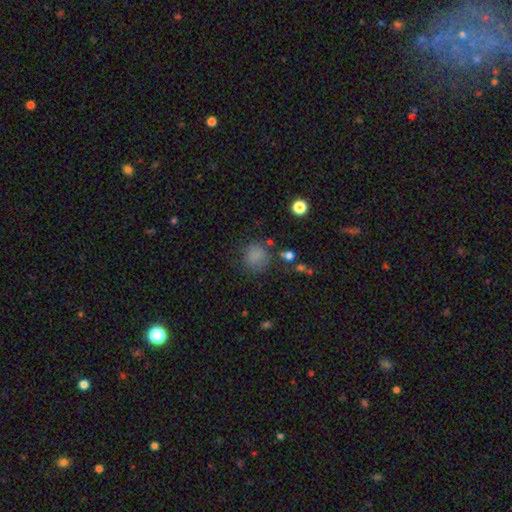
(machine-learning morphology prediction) This appears to be a smooth galaxy with no disk features (79%) that is round (84%). Merging: none (73%).